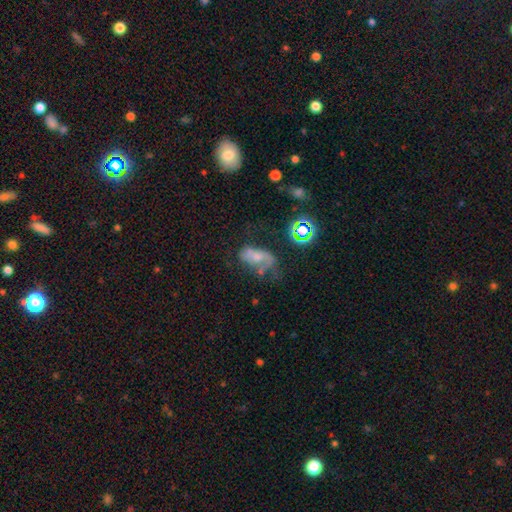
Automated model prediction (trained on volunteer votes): smooth-or-featured: featured or disk: 48% | smooth: 30% | star or artifact: 22%
  merging: none: 35% | major disturbance: 34% | minor disturbance: 25% | merger: 7%